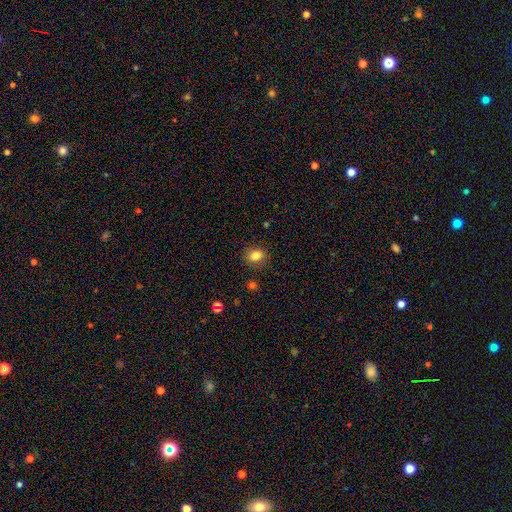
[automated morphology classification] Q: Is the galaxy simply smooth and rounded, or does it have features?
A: smooth — 83%.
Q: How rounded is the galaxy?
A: in between — 57%.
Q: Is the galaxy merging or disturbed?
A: none — 81%.